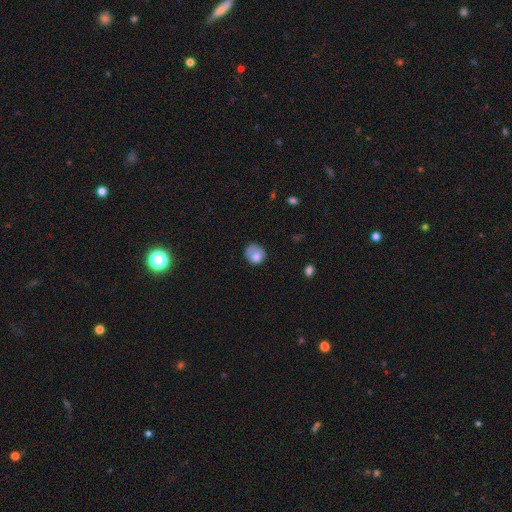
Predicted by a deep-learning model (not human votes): Overall: smooth (77%). How rounded: round (66%; in between 33%). Merging: none (45%; minor disturbance 31%).